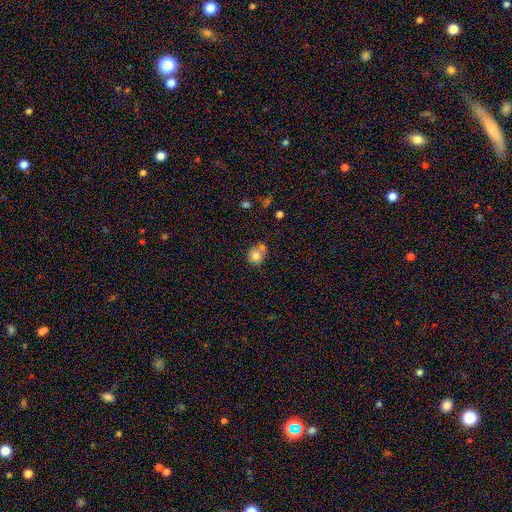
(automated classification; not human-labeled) A smooth galaxy with no disk features (78%) that is round (86%). Merging: none (52%).